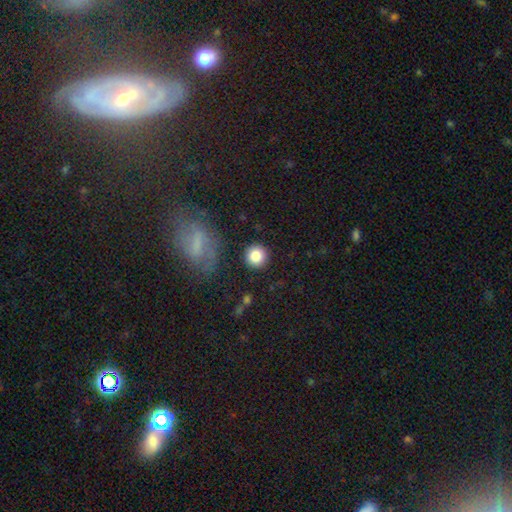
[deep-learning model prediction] This appears to be a smooth galaxy with no disk features (85%) that is round (93%). Merging: none (88%).